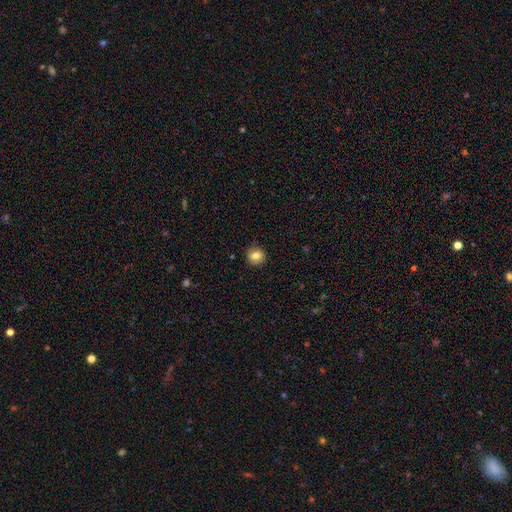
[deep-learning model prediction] Smooth or featured?
  - smooth: 80% *
  - featured or disk: 10%
  - star or artifact: 9%
How rounded?
  - round: 89% *
  - in between: 10%
  - cigar-shaped: 1%
Merging?
  - none: 86% *
  - minor disturbance: 10%
  - major disturbance: 2%
  - merger: 1%